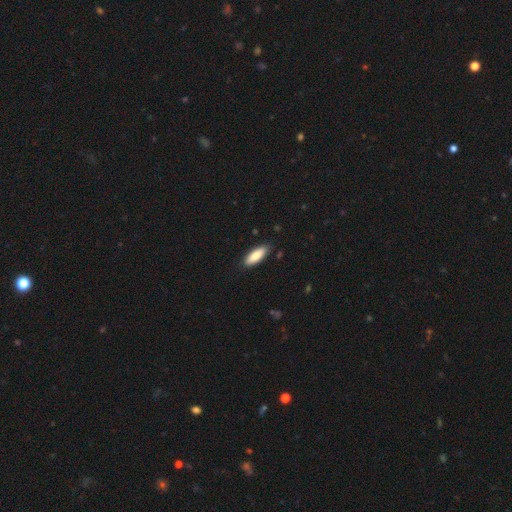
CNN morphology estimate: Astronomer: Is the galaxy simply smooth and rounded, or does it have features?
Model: smooth — 85%.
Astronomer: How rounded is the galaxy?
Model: in between — 66%.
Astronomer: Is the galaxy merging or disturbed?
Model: none — 87%.